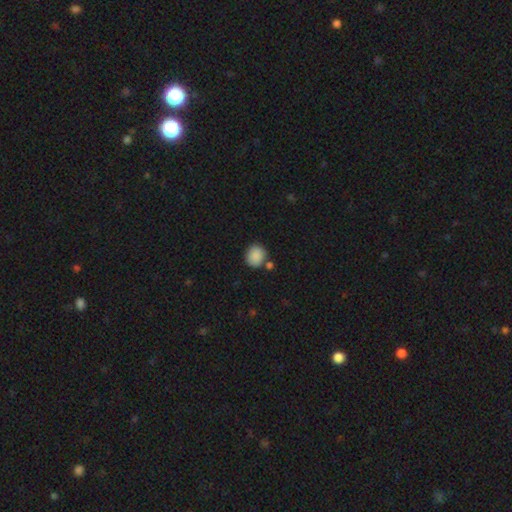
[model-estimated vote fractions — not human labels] Q: Smooth or featured?
A: smooth (89%); runner-up: star or artifact (8%)
Q: How rounded?
A: round (82%); runner-up: in between (17%)
Q: Merging?
A: none (74%); runner-up: merger (12%)